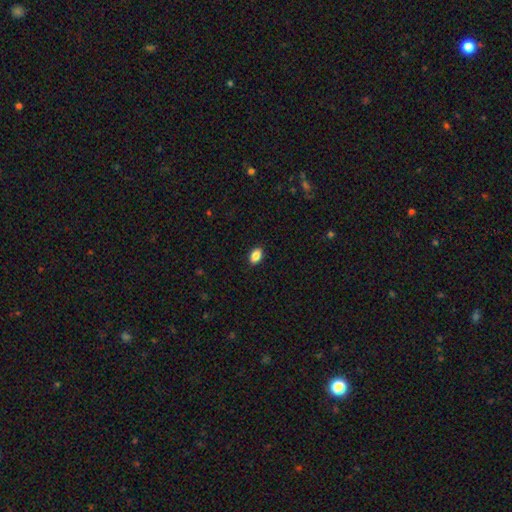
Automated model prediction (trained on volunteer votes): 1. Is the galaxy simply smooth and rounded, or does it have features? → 87% smooth, 8% star or artifact, 4% featured or disk.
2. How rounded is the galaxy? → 88% in between, 10% round, 2% cigar-shaped.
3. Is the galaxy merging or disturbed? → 90% none, 7% minor disturbance, 2% major disturbance, 1% merger.